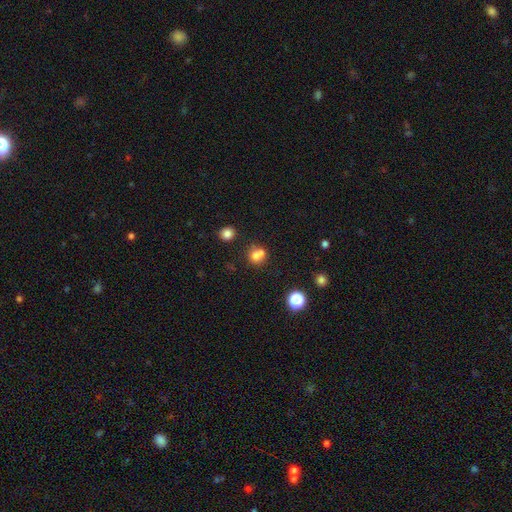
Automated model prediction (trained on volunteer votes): Smooth or featured? smooth (70%)
How rounded? round (82%)
Merging? merger (49%)